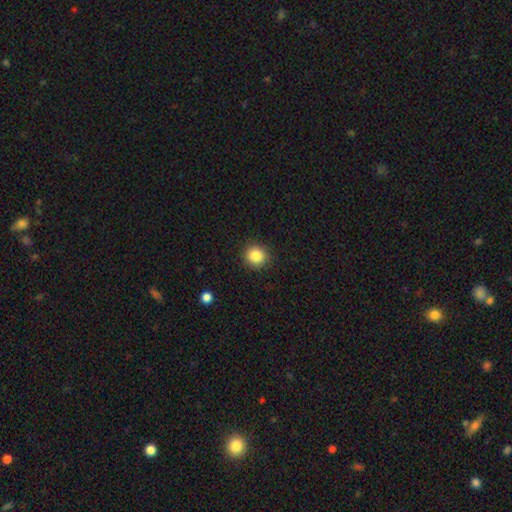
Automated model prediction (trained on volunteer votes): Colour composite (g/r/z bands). It shows a smooth galaxy with no disk features (85%) that is round (90%). Merging: none (91%).